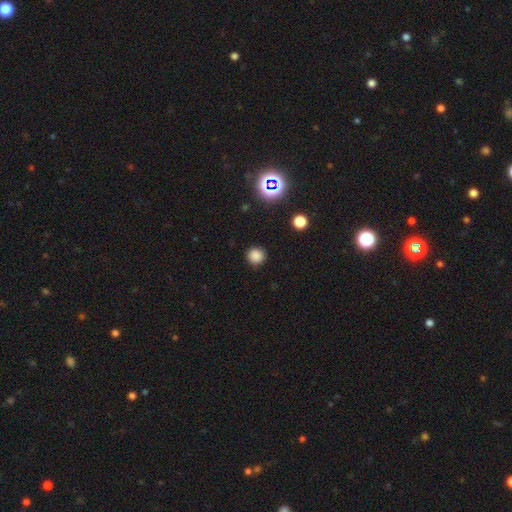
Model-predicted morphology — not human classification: smooth-or-featured: smooth: 82% | star or artifact: 15% | featured or disk: 3%
  how-rounded: round: 93% | in between: 6% | cigar-shaped: 1%
  merging: none: 90% | minor disturbance: 7% | major disturbance: 2% | merger: 1%